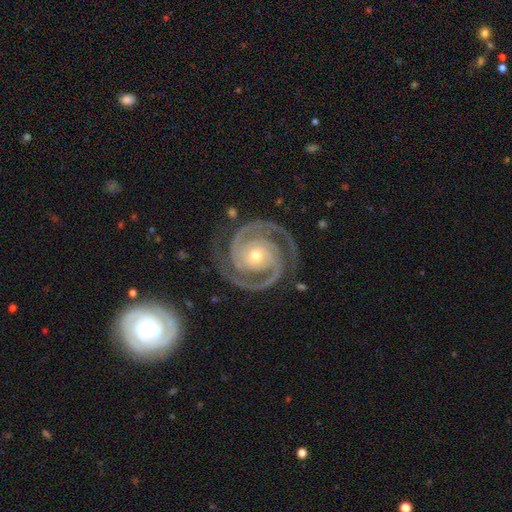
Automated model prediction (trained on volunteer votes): The model was most divided on "bulge size": moderate: 55%, small: 41%, large: 2%, none: 1%, dominant: 1%. More confident: spiral arms — yes (99%); edge-on disk — no (98%); smooth or featured — featured or disk (95%); spiral arm count — 2 (88%); merging — none (83%); spiral winding — tight (73%); bar — no (68%).